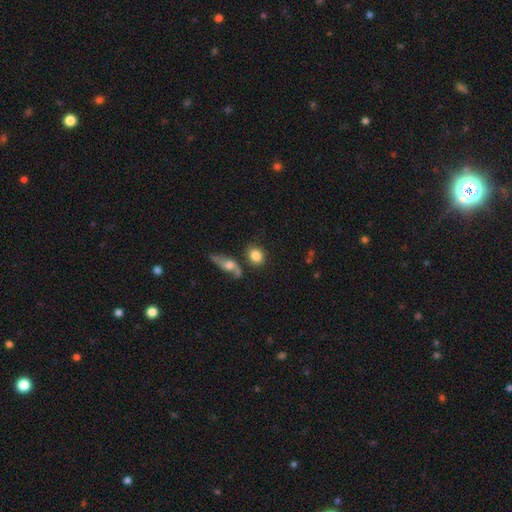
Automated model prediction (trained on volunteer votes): Morphology: type=smooth (82%); roundness=round (60%); merging=none (69%).